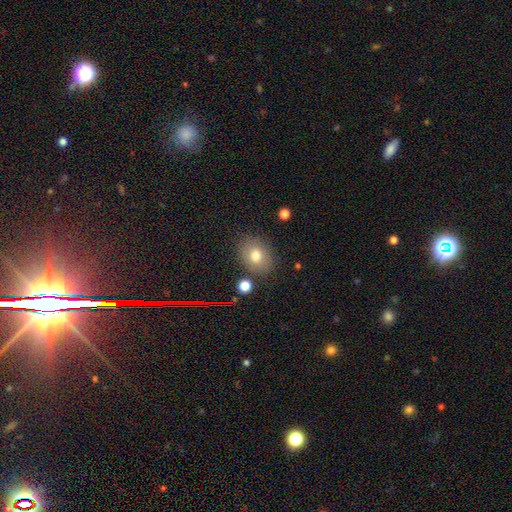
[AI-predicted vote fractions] Smooth or featured? smooth (75%)
How rounded? in between (54%)
Merging? none (79%)